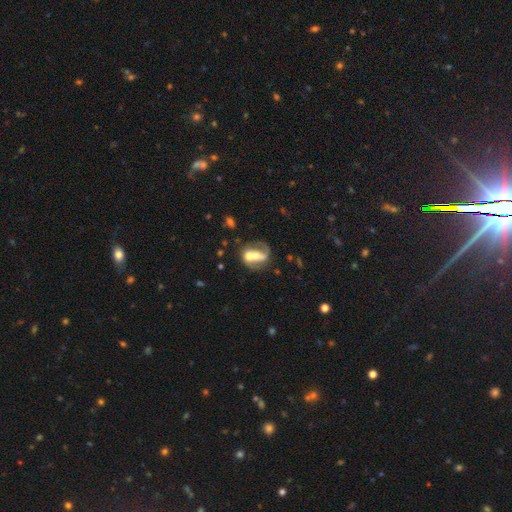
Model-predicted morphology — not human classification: Q: Smooth or featured?
A: featured or disk (62%); runner-up: smooth (30%)
Q: Edge-on disk?
A: no (96%); runner-up: yes (4%)
Q: Bar?
A: no (48%); runner-up: weak (28%)
Q: Spiral arms?
A: yes (64%); runner-up: no (36%)
Q: Bulge size?
A: moderate (48%); runner-up: small (26%)
Q: Merging?
A: merger (48%); runner-up: none (26%)